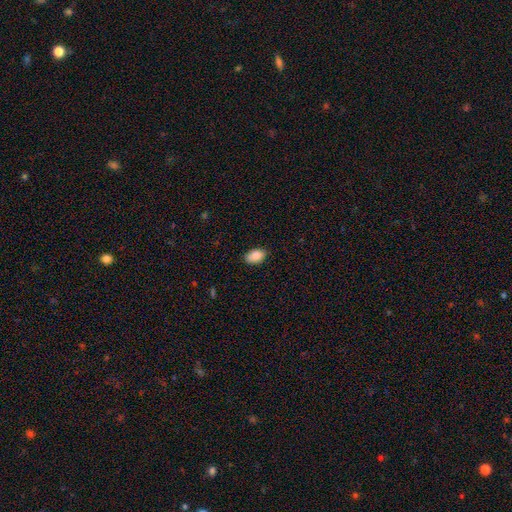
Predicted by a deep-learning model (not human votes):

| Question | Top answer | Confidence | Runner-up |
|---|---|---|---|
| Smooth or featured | smooth | 88% | star or artifact (7%) |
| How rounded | in between | 92% | round (7%) |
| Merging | none | 84% | minor disturbance (12%) |